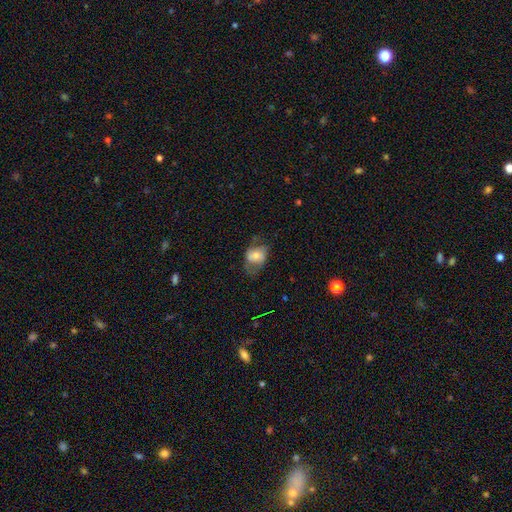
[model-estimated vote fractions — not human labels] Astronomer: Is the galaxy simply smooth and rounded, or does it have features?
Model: smooth — 55% (runner-up: featured or disk, 36%).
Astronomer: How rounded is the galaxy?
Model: in between — 67%.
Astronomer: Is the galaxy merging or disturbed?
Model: none — 53%.